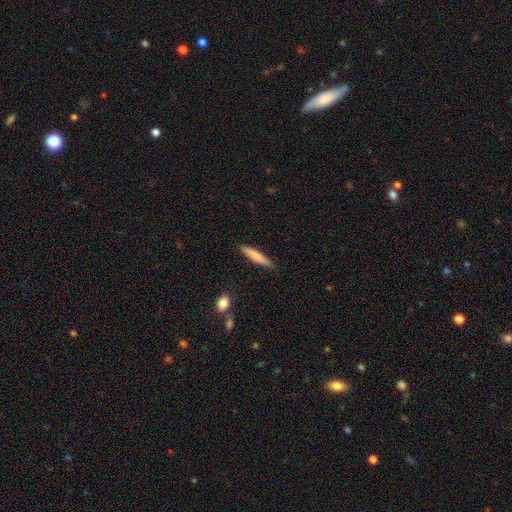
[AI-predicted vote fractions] Morphology: type=smooth (78%); roundness=cigar-shaped (91%); merging=none (87%).